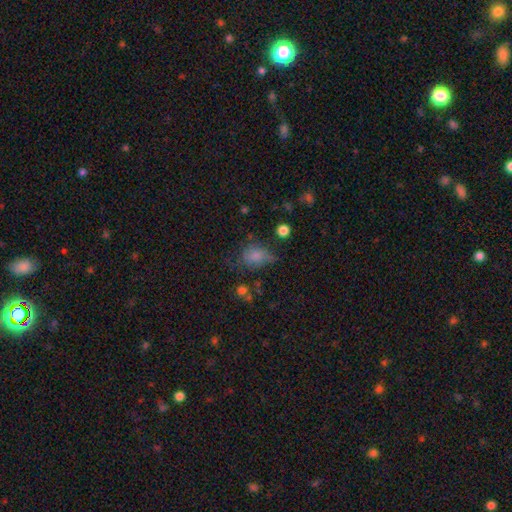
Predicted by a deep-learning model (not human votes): Smooth or featured?
  - smooth: 73% *
  - featured or disk: 14%
  - star or artifact: 13%
How rounded?
  - in between: 65% *
  - round: 34%
  - cigar-shaped: 2%
Merging?
  - none: 41% *
  - minor disturbance: 33%
  - major disturbance: 21%
  - merger: 5%